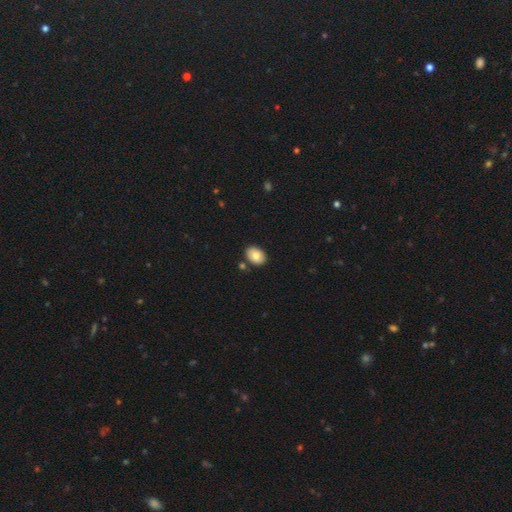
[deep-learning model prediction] Q: Smooth or featured?
A: smooth (80%); runner-up: featured or disk (13%)
Q: How rounded?
A: in between (78%); runner-up: round (21%)
Q: Merging?
A: none (82%); runner-up: minor disturbance (10%)